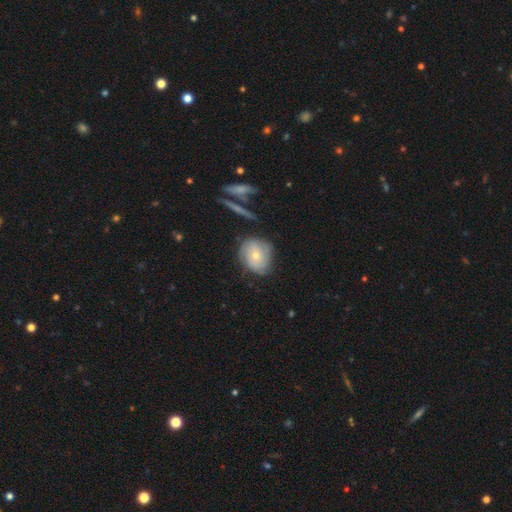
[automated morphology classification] A smooth galaxy with no disk features (46%, tied with featured or disk).

Vote fractions:
- Smooth or featured? smooth: 46% (tied) / featured or disk: 46% (tied) / star or artifact: 8%
- Merging? none: 65% / minor disturbance: 24% / major disturbance: 8% / merger: 3%